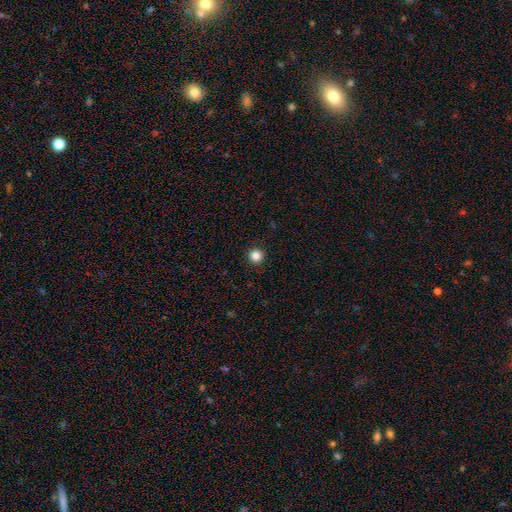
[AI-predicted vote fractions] Smooth or featured? Predicted: smooth (p=0.85). How rounded? Predicted: round (p=0.96). Merging? Predicted: none (p=0.94).